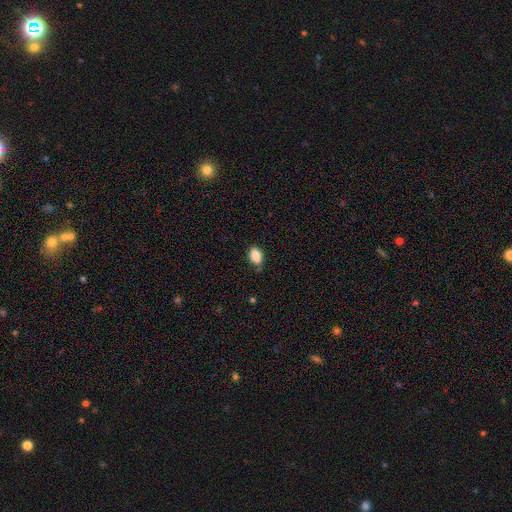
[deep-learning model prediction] smooth_or_featured: smooth (p=0.86) [alt: star or artifact p=0.08]
how_rounded: in between (p=0.88) [alt: round p=0.10]
merging: none (p=0.68) [alt: minor disturbance p=0.25]